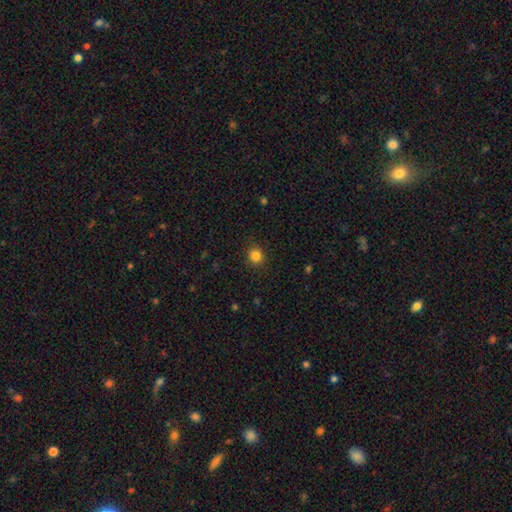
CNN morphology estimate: smooth_or_featured: smooth (p=0.84) [alt: star or artifact p=0.12]
how_rounded: round (p=0.87) [alt: in between p=0.12]
merging: none (p=0.90) [alt: minor disturbance p=0.07]